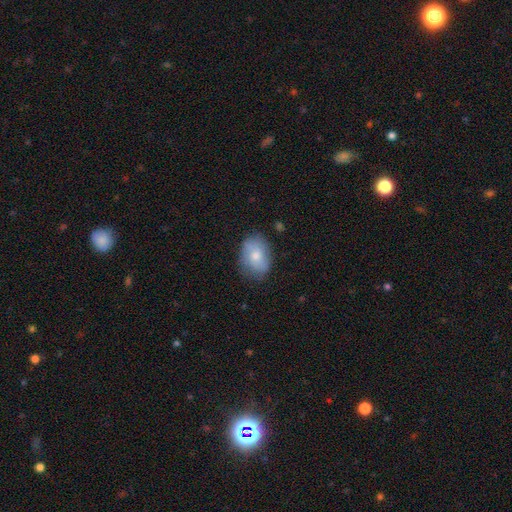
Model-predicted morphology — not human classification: Smooth or featured?
  - smooth: 67% *
  - featured or disk: 26%
  - star or artifact: 7%
How rounded?
  - in between: 73% *
  - round: 26%
  - cigar-shaped: 1%
Merging?
  - none: 74% *
  - minor disturbance: 20%
  - major disturbance: 5%
  - merger: 1%